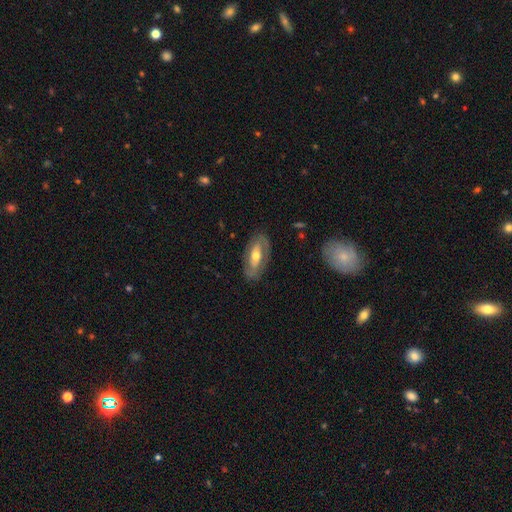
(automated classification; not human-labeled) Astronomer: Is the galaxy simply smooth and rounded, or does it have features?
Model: featured or disk — 63%.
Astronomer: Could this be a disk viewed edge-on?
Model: no — 85%.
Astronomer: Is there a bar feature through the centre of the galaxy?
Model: no — 46% (runner-up: weak, 28%).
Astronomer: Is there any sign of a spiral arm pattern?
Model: yes — 58% (runner-up: no, 42%).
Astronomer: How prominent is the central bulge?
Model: moderate — 68%.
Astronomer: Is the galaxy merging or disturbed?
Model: none — 80%.